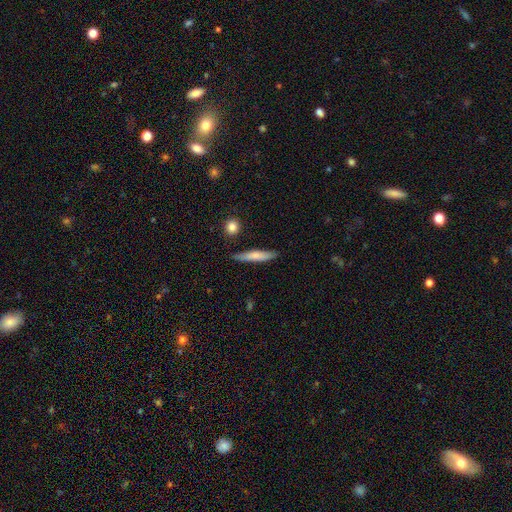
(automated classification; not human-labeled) Overall: smooth (70%). How rounded: cigar-shaped (89%). Merging: none (84%).